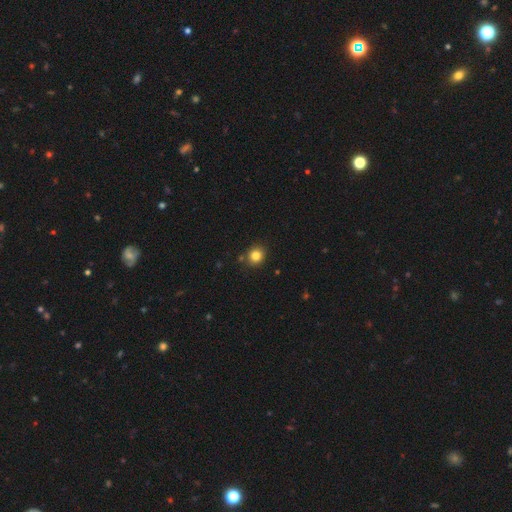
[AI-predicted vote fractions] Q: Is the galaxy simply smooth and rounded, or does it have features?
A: smooth — 83%.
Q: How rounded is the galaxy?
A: round — 80%.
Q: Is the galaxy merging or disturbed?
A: none — 84%.